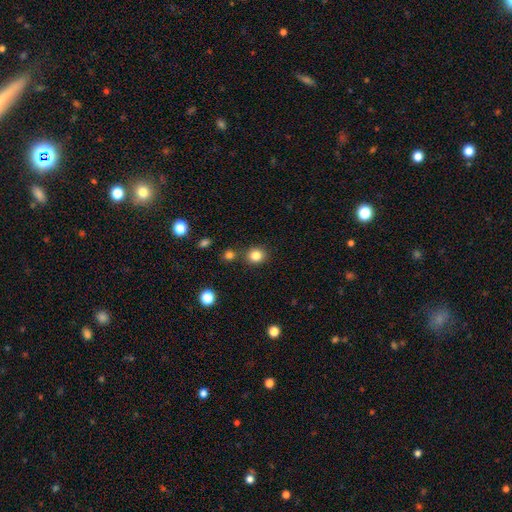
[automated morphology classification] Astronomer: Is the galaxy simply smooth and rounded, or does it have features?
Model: smooth — 83%.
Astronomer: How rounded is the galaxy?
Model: round — 79%.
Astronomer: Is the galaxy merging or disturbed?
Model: none — 80%.